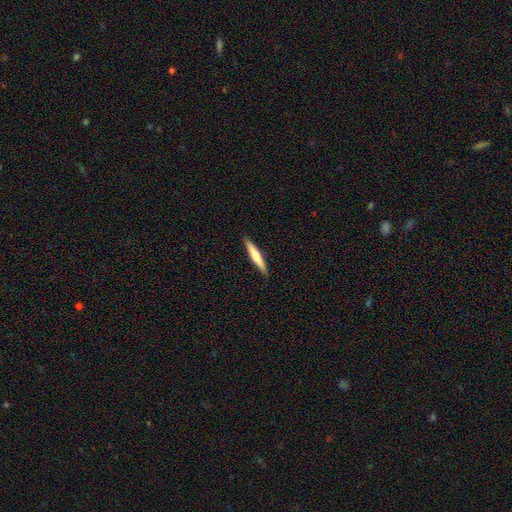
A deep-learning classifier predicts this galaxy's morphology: Overall: smooth (59%; featured or disk 36%). How rounded: cigar-shaped (93%). Merging: none (91%).